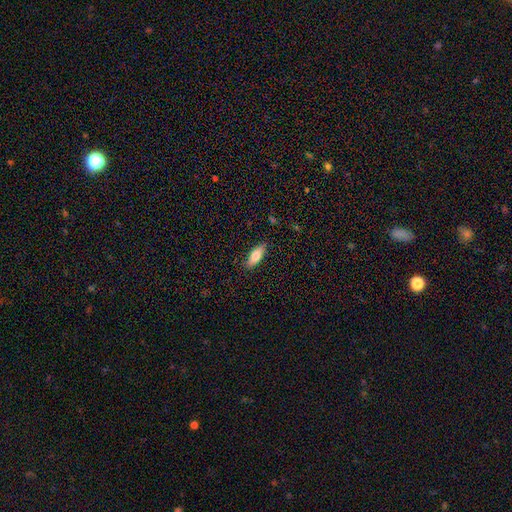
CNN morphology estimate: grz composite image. It shows a smooth galaxy with no disk features (74%) that is in between round and cigar-shaped (67%). Merging: none (86%).